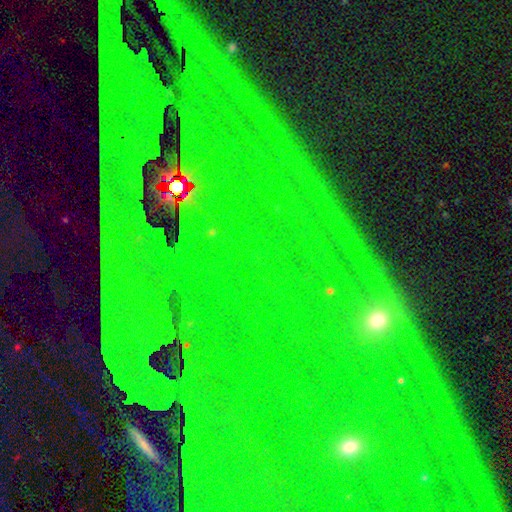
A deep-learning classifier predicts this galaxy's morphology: star or artifact 83%, featured or disk 9%, smooth 8%.